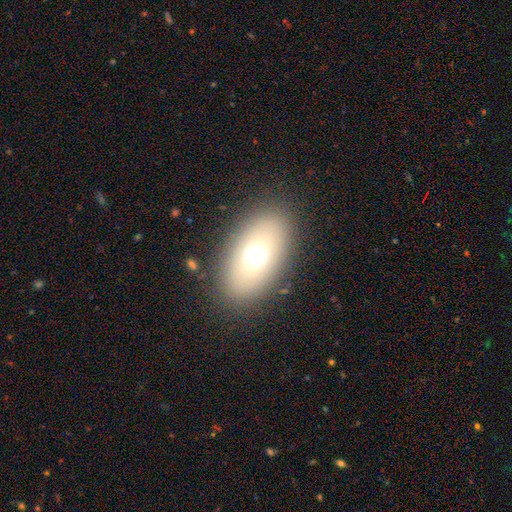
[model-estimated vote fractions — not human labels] A smooth galaxy with no disk features (63%) that is in between round and cigar-shaped (82%). Merging: none (85%).